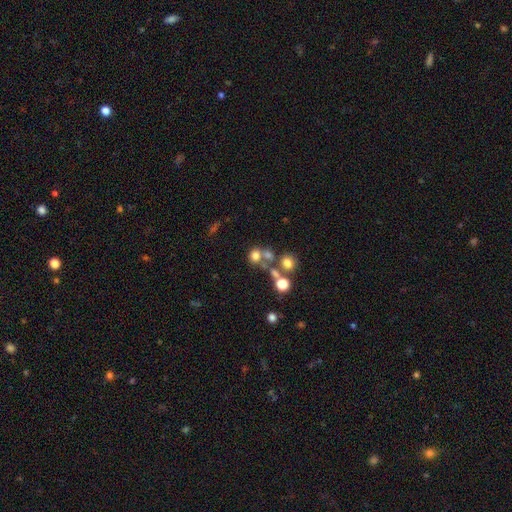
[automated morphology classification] Q: Smooth or featured?
A: smooth (65%); runner-up: star or artifact (18%)
Q: How rounded?
A: round (79%); runner-up: in between (20%)
Q: Merging?
A: none (47%); runner-up: merger (36%)